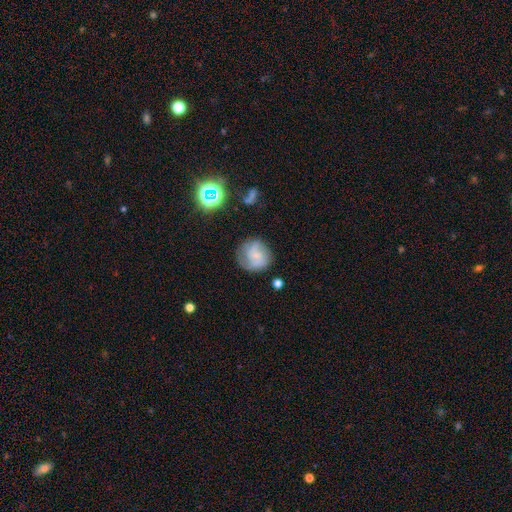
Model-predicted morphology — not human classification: This is possibly a smooth galaxy (46%). Merging: likely none (67%).